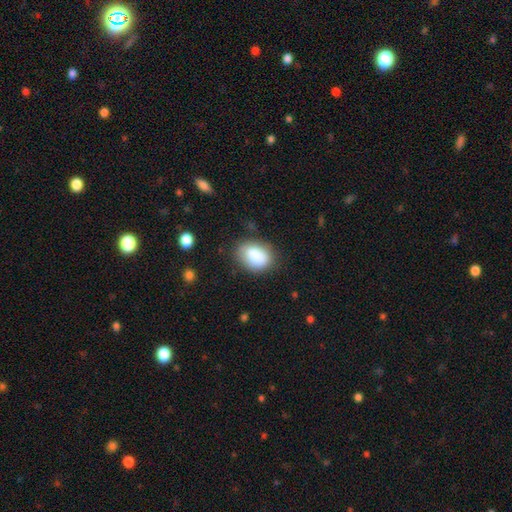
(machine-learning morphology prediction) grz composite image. It shows a smooth galaxy with no disk features (86%) that is in between round and cigar-shaped (77%). Merging: none (73%).